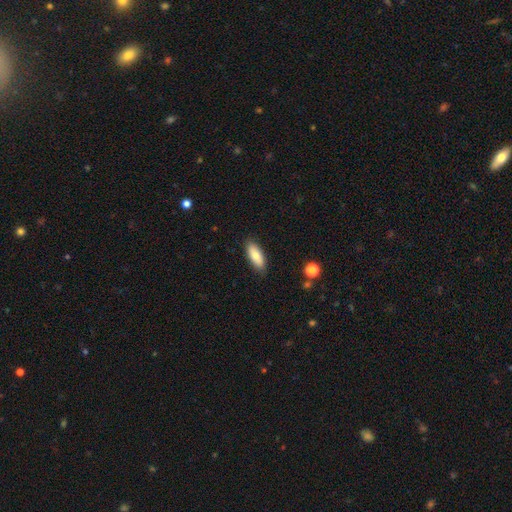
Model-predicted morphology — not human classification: smooth_or_featured: smooth (p=0.78) [alt: featured or disk p=0.15]
how_rounded: in between (p=0.75) [alt: cigar-shaped p=0.23]
merging: none (p=0.87) [alt: minor disturbance p=0.10]